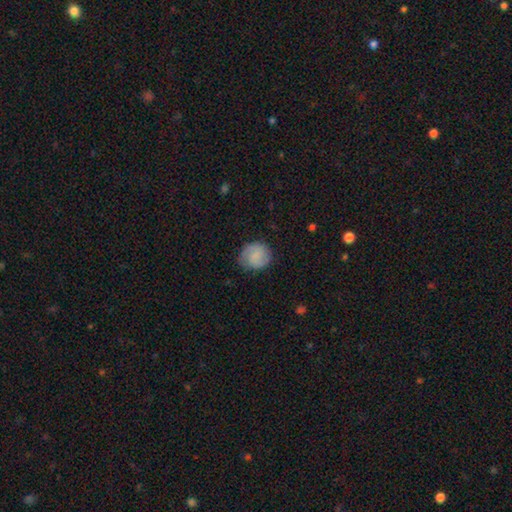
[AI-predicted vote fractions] The model was most divided on "smooth or featured": smooth: 47%, featured or disk: 45%, star or artifact: 7%. More confident: merging — none (80%).